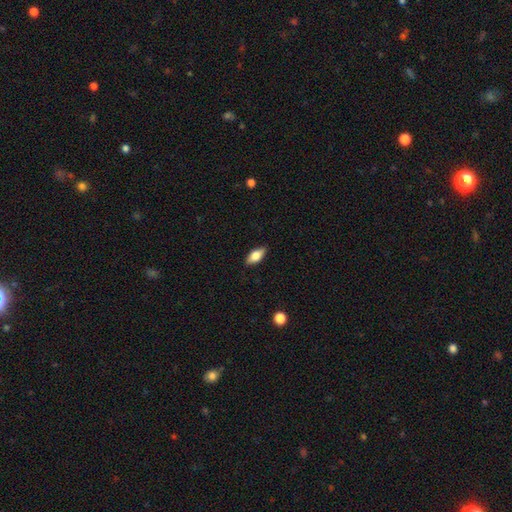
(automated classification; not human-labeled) This appears to be a smooth galaxy with no disk features (68%) that is in between round and cigar-shaped (83%). Merging: none (86%).